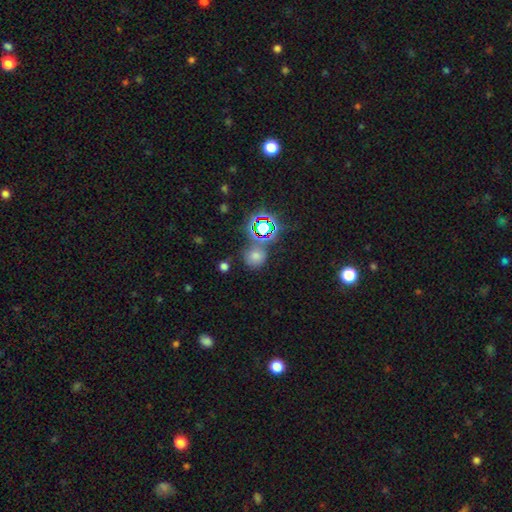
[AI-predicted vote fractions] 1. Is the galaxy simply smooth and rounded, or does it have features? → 60% smooth, 31% star or artifact, 8% featured or disk.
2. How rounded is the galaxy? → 79% round, 20% in between, 1% cigar-shaped.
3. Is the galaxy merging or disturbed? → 70% none, 14% minor disturbance, 10% merger, 6% major disturbance.